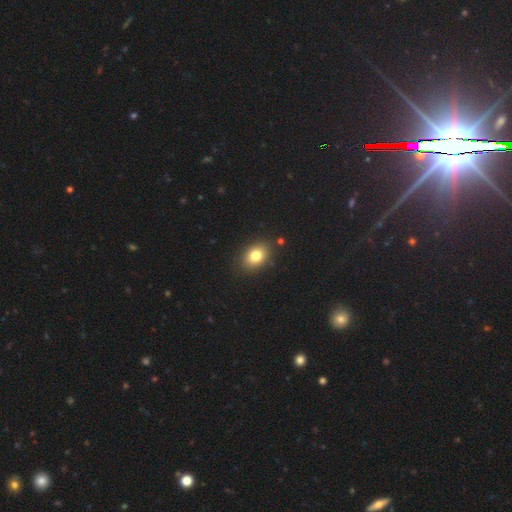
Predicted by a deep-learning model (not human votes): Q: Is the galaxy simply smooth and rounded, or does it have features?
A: smooth — 80%.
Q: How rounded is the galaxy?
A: in between — 72%.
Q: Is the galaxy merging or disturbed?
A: none — 86%.